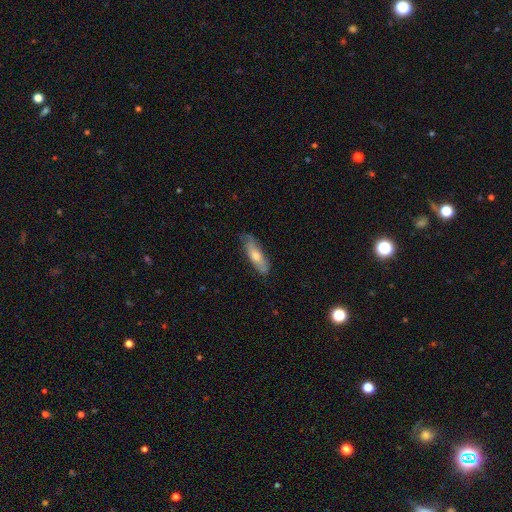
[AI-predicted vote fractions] smooth-or-featured: smooth: 55% | featured or disk: 38% | star or artifact: 7%
  how-rounded: cigar-shaped: 57% | in between: 40% | round: 2%
  merging: none: 73% | minor disturbance: 21% | major disturbance: 4% | merger: 1%